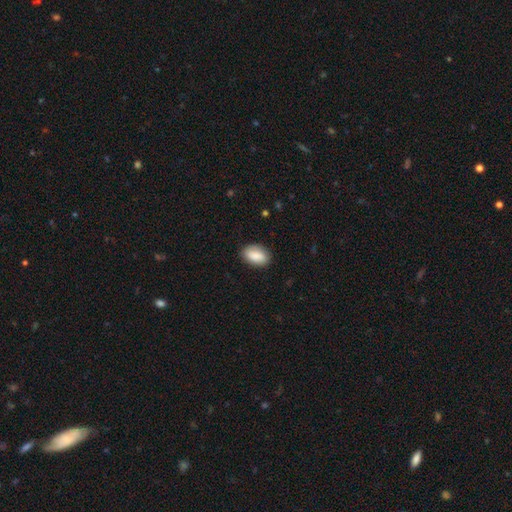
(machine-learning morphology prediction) smooth_or_featured: smooth (p=0.87) [alt: featured or disk p=0.06]
how_rounded: in between (p=0.91) [alt: round p=0.08]
merging: none (p=0.84) [alt: minor disturbance p=0.12]